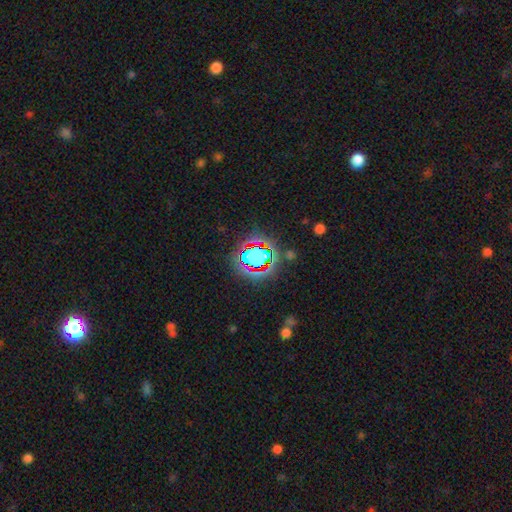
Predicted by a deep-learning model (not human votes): Smooth or featured: star or artifact — 61% (smooth — 24%)